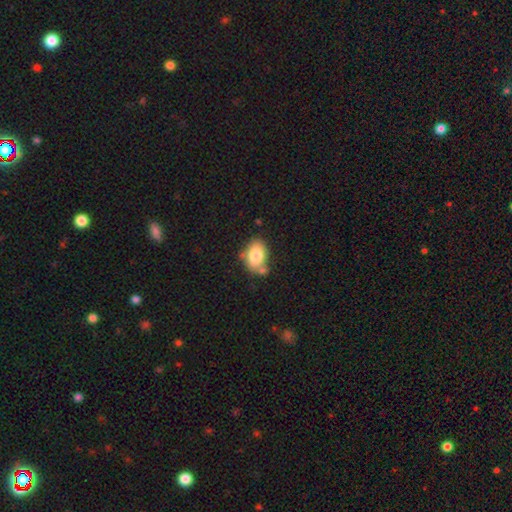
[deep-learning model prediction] smooth_or_featured: smooth (p=0.81) [alt: featured or disk p=0.12]
how_rounded: in between (p=0.82) [alt: round p=0.16]
merging: none (p=0.61) [alt: minor disturbance p=0.20]